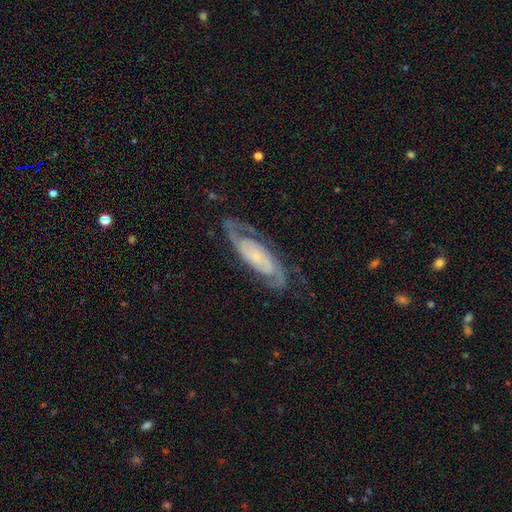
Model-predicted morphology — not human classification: Smooth or featured? featured or disk (87%)
Edge-on disk? no (91%)
Bar? no (60%)
Spiral arms? yes (97%)
Spiral winding? tight (52%)
Spiral arm count? 2 (81%)
Bulge size? small (72%)
Merging? none (75%)